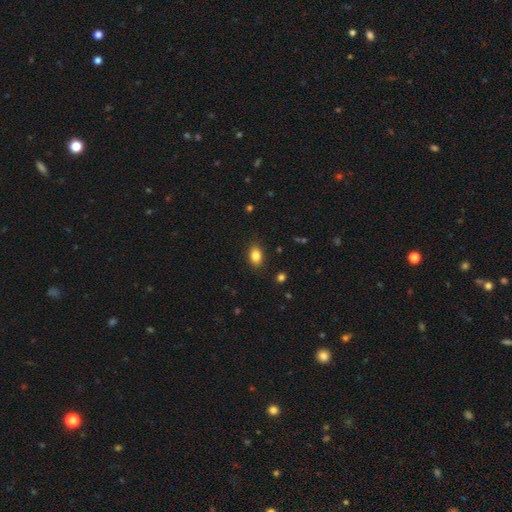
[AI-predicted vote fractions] Overall: smooth (85%). How rounded: in between (81%). Merging: none (87%).